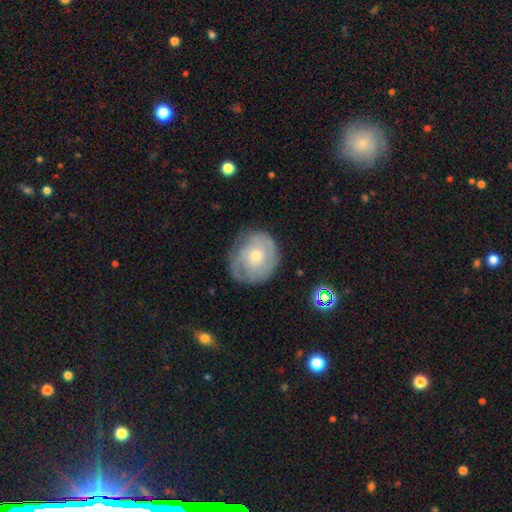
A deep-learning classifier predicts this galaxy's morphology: The model was most divided on "bulge size": small: 51%, moderate: 44%, large: 2%, none: 2%, dominant: 1%. More confident: edge-on disk — no (97%); bar — no (82%); spiral arms — yes (76%); merging — none (73%); smooth or featured — featured or disk (60%).